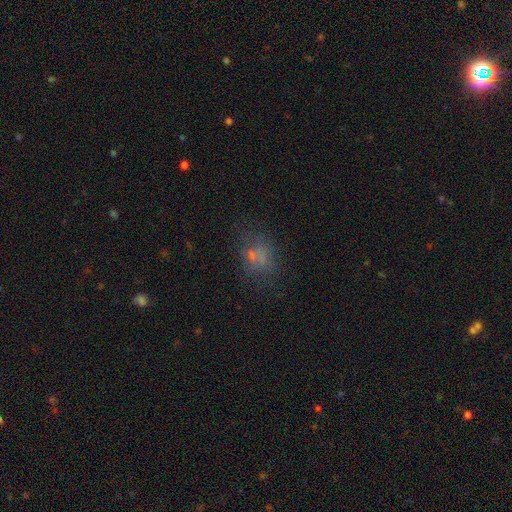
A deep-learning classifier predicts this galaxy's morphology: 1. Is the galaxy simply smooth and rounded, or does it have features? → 55% smooth, 25% star or artifact, 20% featured or disk.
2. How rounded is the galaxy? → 52% in between, 46% round, 2% cigar-shaped.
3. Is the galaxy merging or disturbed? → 57% none, 18% minor disturbance, 15% major disturbance, 10% merger.